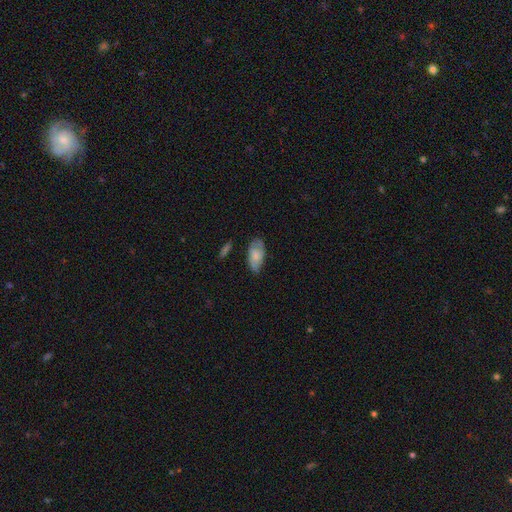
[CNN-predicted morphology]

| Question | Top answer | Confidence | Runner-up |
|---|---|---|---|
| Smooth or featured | smooth | 60% | featured or disk (33%) |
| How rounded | in between | 91% | cigar-shaped (6%) |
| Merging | none | 60% | minor disturbance (29%) |